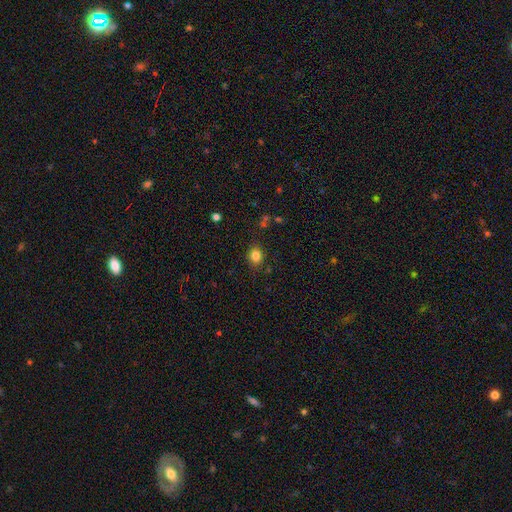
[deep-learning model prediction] A smooth galaxy with no disk features (83%) that is round (71%).

Vote fractions:
- Smooth or featured? smooth: 83% / star or artifact: 12% / featured or disk: 5%
- How rounded? round: 71% / in between: 28% / cigar-shaped: 1%
- Merging? none: 84% / minor disturbance: 11% / major disturbance: 3% / merger: 2%